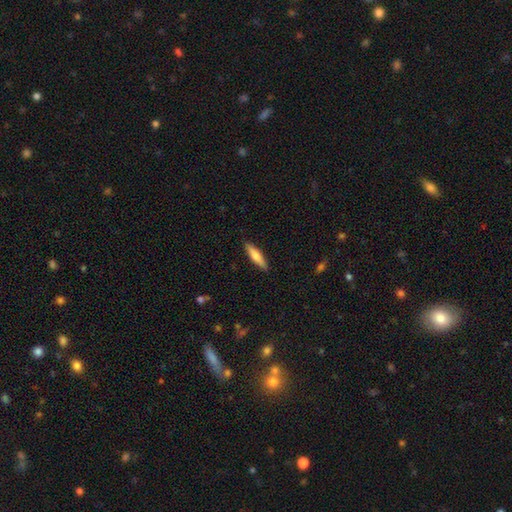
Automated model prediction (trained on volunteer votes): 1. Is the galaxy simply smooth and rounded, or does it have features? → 63% smooth, 31% featured or disk, 5% star or artifact.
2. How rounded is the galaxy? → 80% cigar-shaped, 19% in between, 2% round.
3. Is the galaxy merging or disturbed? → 90% none, 7% minor disturbance, 2% major disturbance, 1% merger.